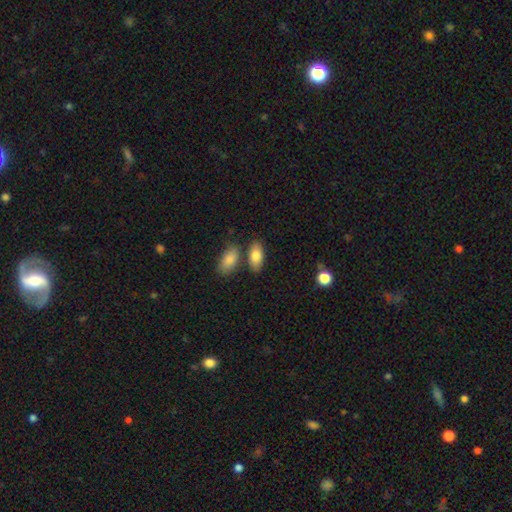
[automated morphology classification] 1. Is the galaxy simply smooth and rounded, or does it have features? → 84% smooth, 10% featured or disk, 6% star or artifact.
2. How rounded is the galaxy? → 91% in between, 5% cigar-shaped, 4% round.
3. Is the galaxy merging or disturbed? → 71% none, 15% merger, 12% minor disturbance, 3% major disturbance.